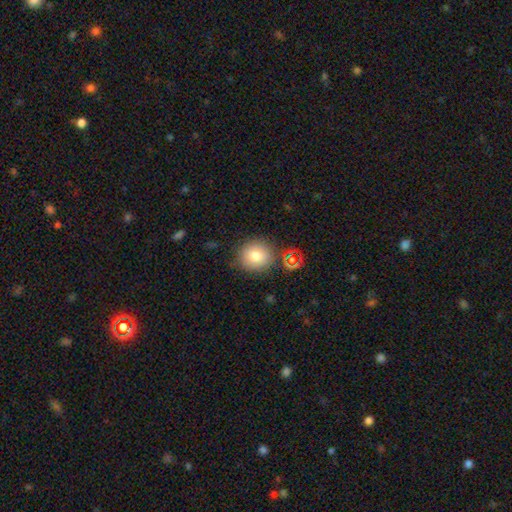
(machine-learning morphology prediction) Smooth or featured? smooth (79%)
How rounded? round (89%)
Merging? none (81%)